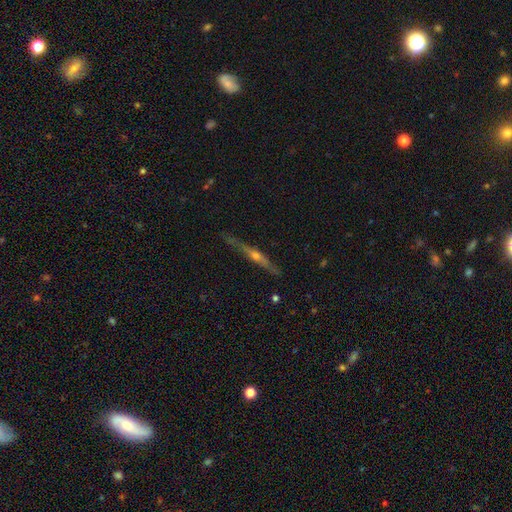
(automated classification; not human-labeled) Smooth or featured? featured or disk (78%)
Edge-on disk? yes (97%)
Edge-on bulge? rounded (88%)
Merging? none (82%)